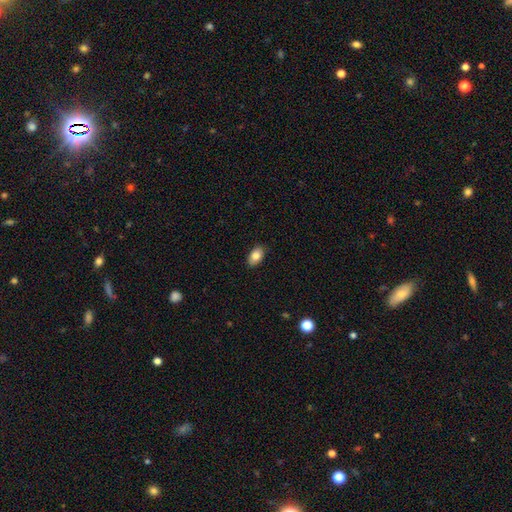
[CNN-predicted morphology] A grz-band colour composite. It shows a smooth galaxy with no disk features (84%) that is in between round and cigar-shaped (92%). Merging: none (88%).